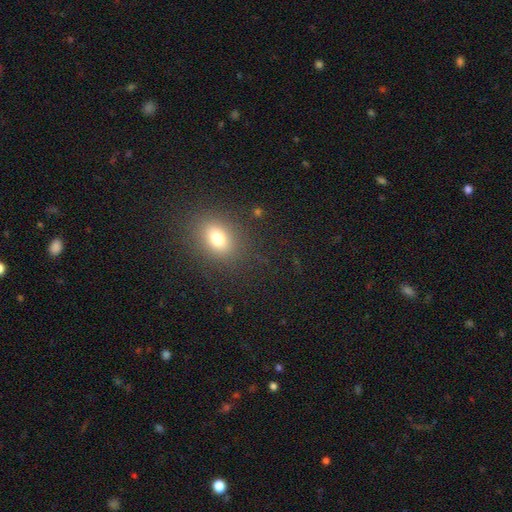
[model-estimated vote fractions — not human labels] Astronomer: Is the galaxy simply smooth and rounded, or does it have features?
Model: smooth — 69%.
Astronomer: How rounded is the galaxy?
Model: in between — 51% (runner-up: round, 47%).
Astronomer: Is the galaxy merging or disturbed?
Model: none — 90%.